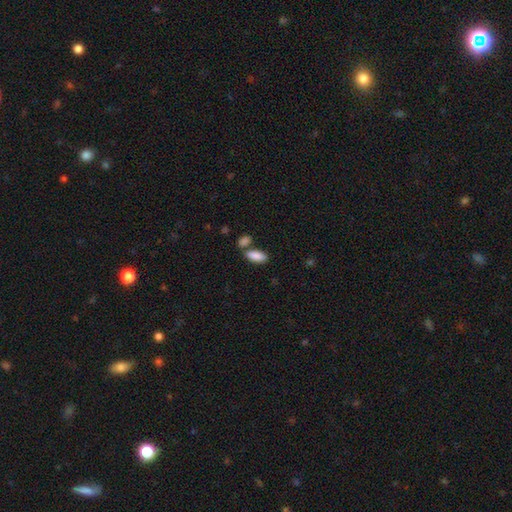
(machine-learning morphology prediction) Smooth or featured: smooth — 87% (featured or disk — 7%)
How rounded: in between — 83% (cigar-shaped — 14%)
Merging: none — 62% (merger — 24%)